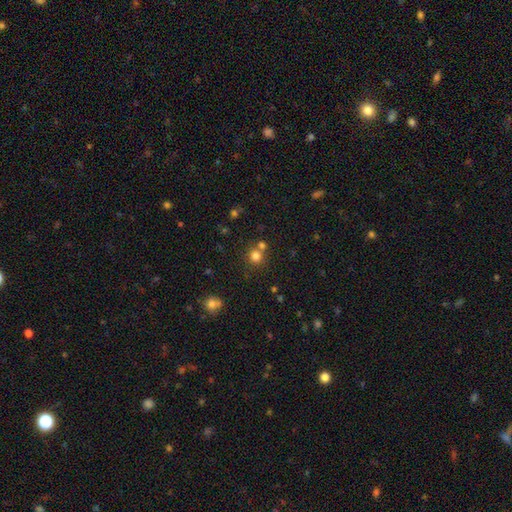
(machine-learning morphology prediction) Smooth or featured: smooth — 76% (star or artifact — 17%)
How rounded: round — 89% (in between — 10%)
Merging: none — 64% (merger — 25%)